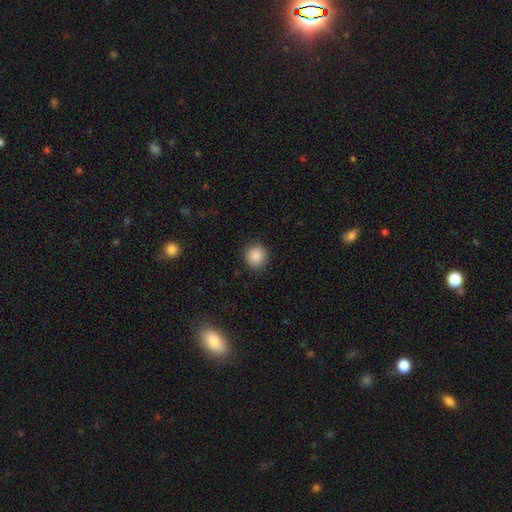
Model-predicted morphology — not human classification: Overall: smooth (88%). How rounded: round (90%). Merging: none (89%).